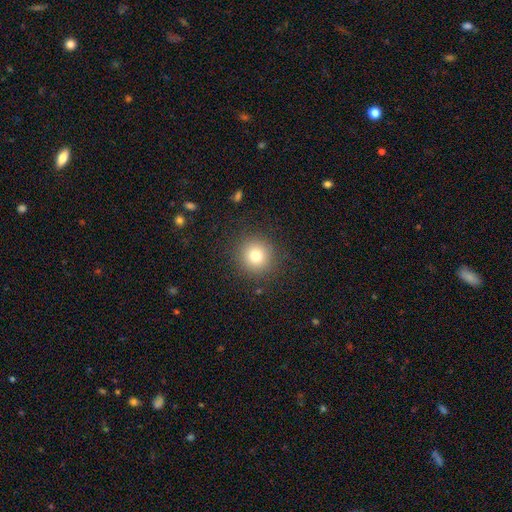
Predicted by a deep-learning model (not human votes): Smooth or featured: smooth — 79% (star or artifact — 12%)
How rounded: round — 93% (in between — 6%)
Merging: none — 89% (minor disturbance — 7%)